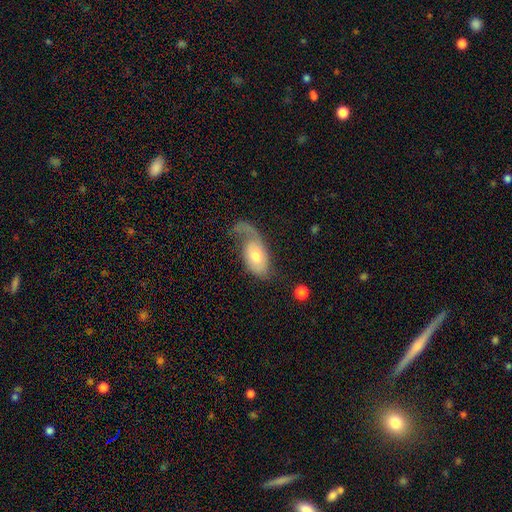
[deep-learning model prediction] Morphology: type=featured or disk (50%); merging=major disturbance (46%).